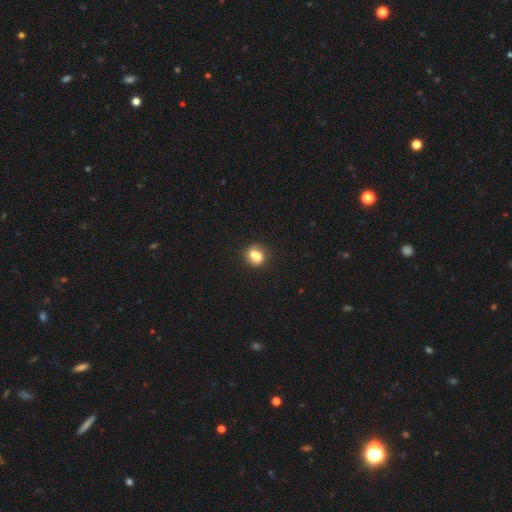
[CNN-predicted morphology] Smooth or featured? smooth (71%)
How rounded? round (62%)
Merging? none (44%)